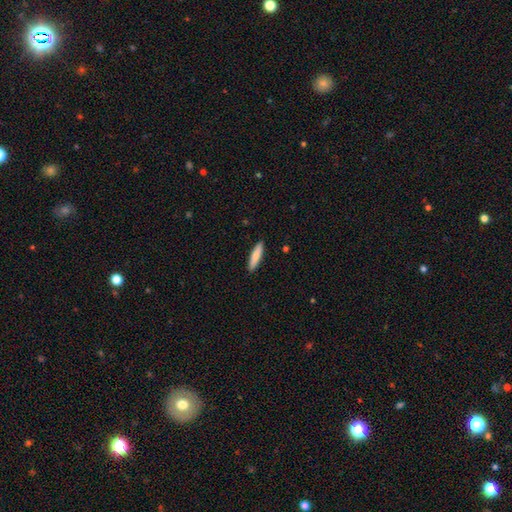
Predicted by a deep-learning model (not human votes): Smooth or featured?
  - smooth: 81% *
  - featured or disk: 14%
  - star or artifact: 5%
How rounded?
  - cigar-shaped: 81% *
  - in between: 18%
  - round: 1%
Merging?
  - none: 91% *
  - minor disturbance: 7%
  - major disturbance: 1%
  - merger: 1%